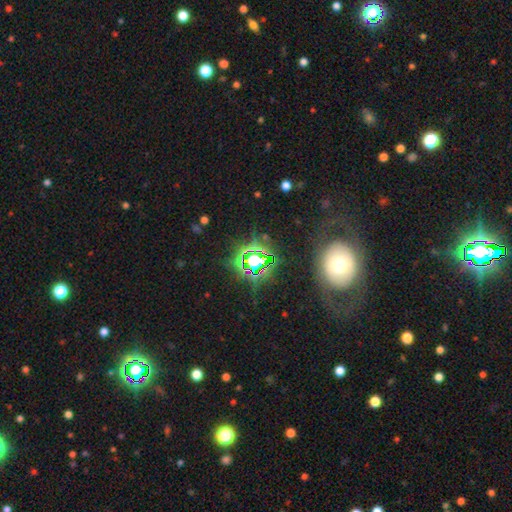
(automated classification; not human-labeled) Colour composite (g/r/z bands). It shows a star or artifact, not a galaxy (76%).